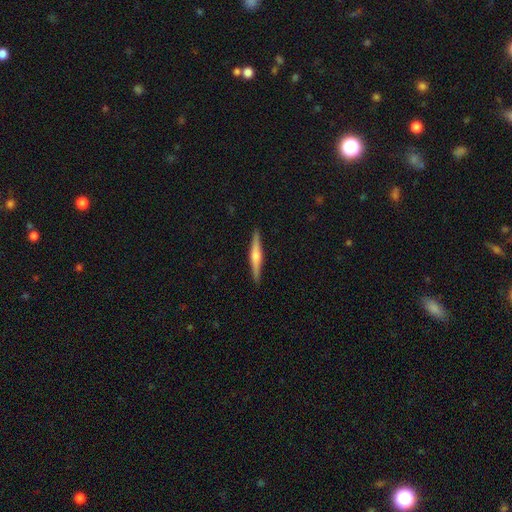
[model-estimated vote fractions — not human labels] A featured or disk galaxy (69%) viewed edge-on (98%) with a rounded central bulge (83%).

Vote fractions:
- Smooth or featured? featured or disk: 69% / smooth: 26% / star or artifact: 5%
- Edge-on disk? yes: 98% / no: 2%
- Edge-on bulge? rounded: 83% / boxy: 10% / none: 8%
- Merging? none: 92% / minor disturbance: 6% / major disturbance: 1% / merger: 1%